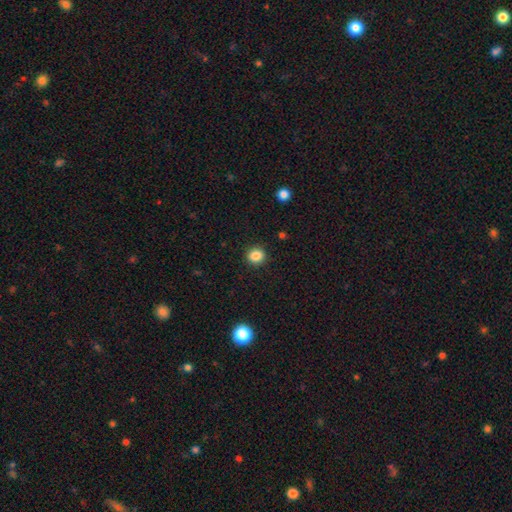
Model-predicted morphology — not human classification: Smooth or featured: smooth — 85% (star or artifact — 11%)
How rounded: round — 80% (in between — 19%)
Merging: none — 91% (minor disturbance — 6%)